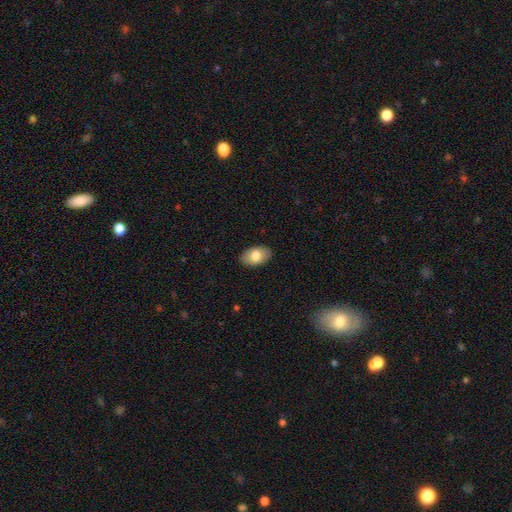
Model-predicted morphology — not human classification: type=smooth (78%); roundness=in between (92%); merging=none (88%).